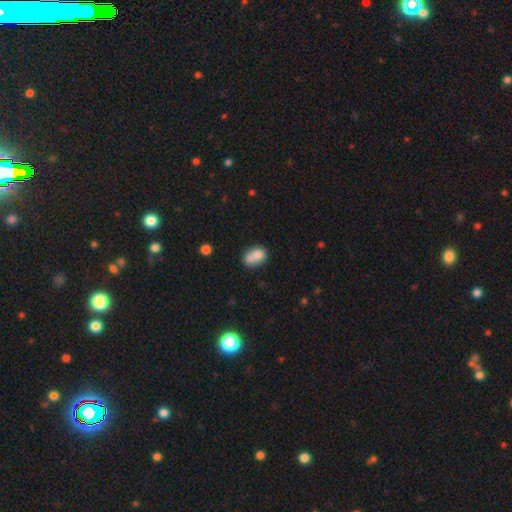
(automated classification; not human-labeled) This appears to be a smooth galaxy with no disk features (74%) that is in between round and cigar-shaped (61%). Merging: merger (53%).